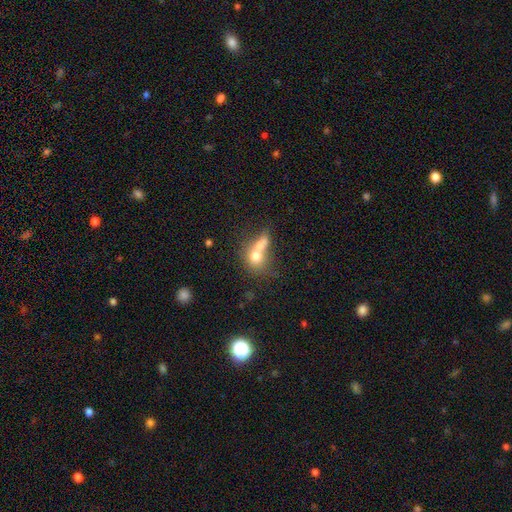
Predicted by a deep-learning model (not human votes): Smooth or featured? smooth (67%)
How rounded? round (57%)
Merging? merger (64%)